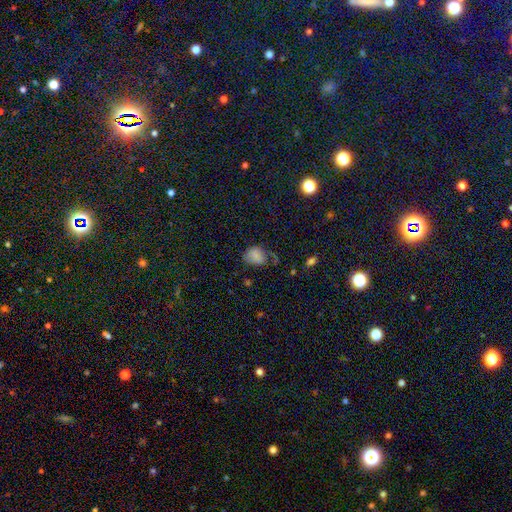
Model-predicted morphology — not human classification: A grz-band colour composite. It shows a smooth galaxy with no disk features (77%) that is in between round and cigar-shaped (59%). Merging: none (47%).